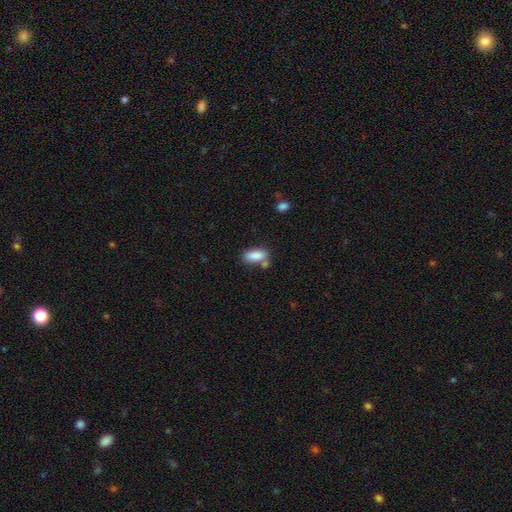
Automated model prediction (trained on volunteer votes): Overall: smooth (87%). How rounded: in between (86%). Merging: none (60%).